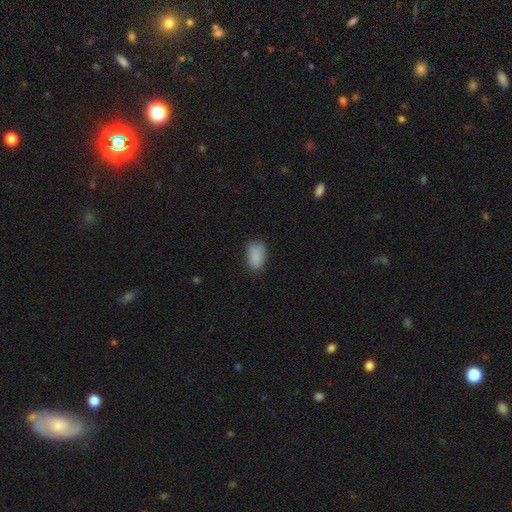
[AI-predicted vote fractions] This is clearly a smooth galaxy (86%). How rounded: clearly in between (90%). Merging: likely none (72%).